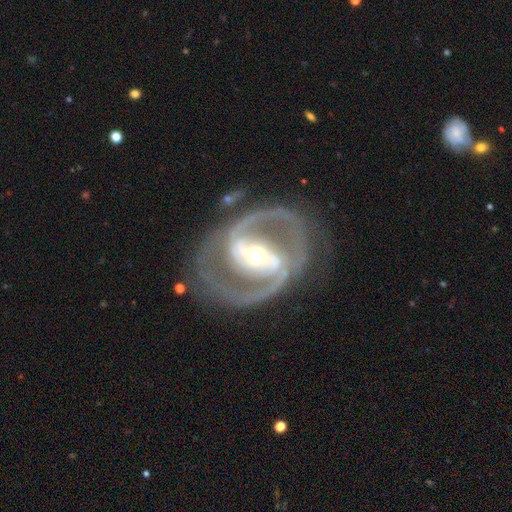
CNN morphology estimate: Smooth or featured: featured or disk — 92% (star or artifact — 5%)
Edge-on disk: no — 97% (yes — 3%)
Bar: strong — 62% (weak — 26%)
Spiral arms: yes — 97% (no — 3%)
Spiral winding: medium — 57% (tight — 31%)
Spiral arm count: 2 — 92% (3 — 2%)
Bulge size: moderate — 52% (small — 41%)
Merging: none — 78% (minor disturbance — 13%)